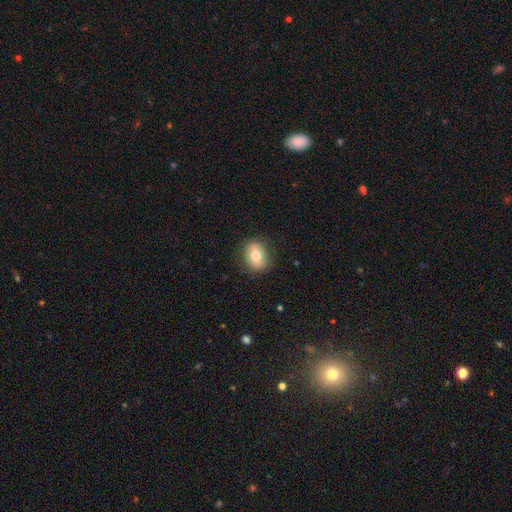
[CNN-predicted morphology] Overall: smooth (67%). How rounded: in between (64%; round 34%). Merging: none (84%).